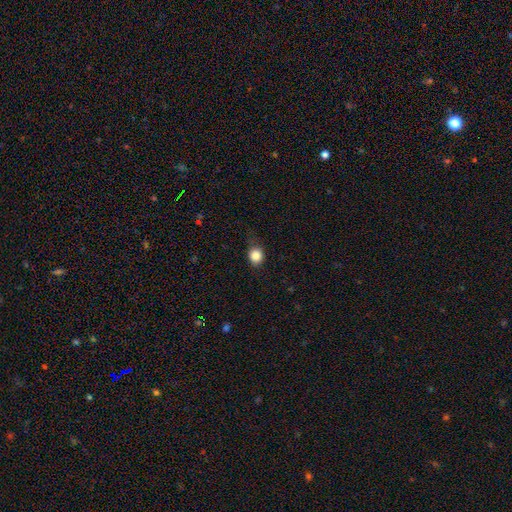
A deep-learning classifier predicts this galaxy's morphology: A smooth galaxy with no disk features (86%) that is round (73%).

Vote fractions:
- Smooth or featured? smooth: 86% / star or artifact: 10% / featured or disk: 4%
- How rounded? round: 73% / in between: 26% / cigar-shaped: 1%
- Merging? none: 74% / minor disturbance: 20% / major disturbance: 5% / merger: 1%